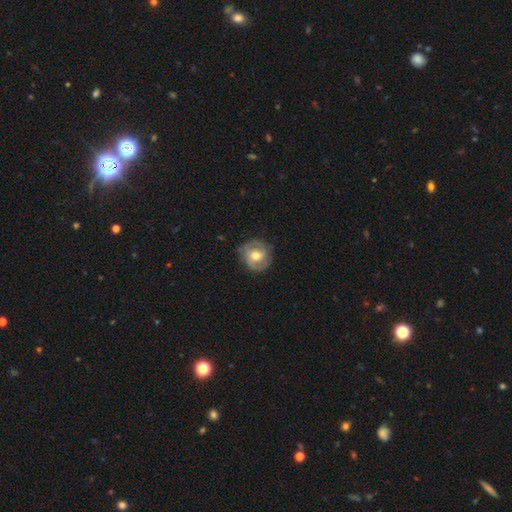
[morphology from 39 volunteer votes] smooth-or-featured: featured or disk: 67% | smooth: 26% | star or artifact: 8%
  disk-edge-on: no: 100% | yes: 0%
    bar: weak: 54% | no: 46% | strong: 0%
    has-spiral-arms: yes: 85% | no: 15%
      spiral-winding: medium: 64% | tight: 23% | loose: 14%
      spiral-arm-count: 2: 95% | can't tell: 5% | 1: 0% | 3: 0% | 4: 0% | more than 4: 0%
    bulge-size: moderate: 85% | small: 12% | large: 4% | dominant: 0% | none: 0%
  merging: none: 75% | minor disturbance: 19% | major disturbance: 6% | merger: 0%